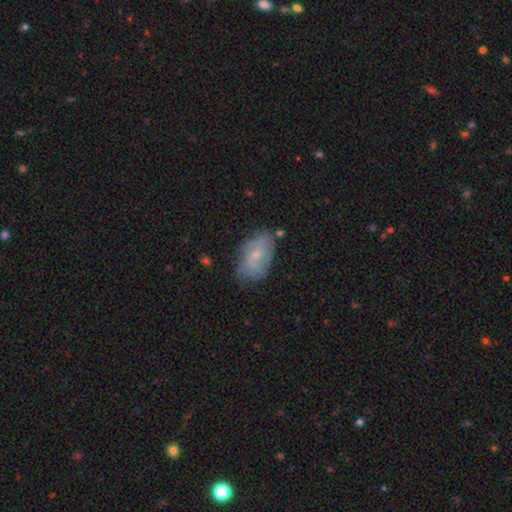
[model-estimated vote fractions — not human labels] This appears to be a featured or disk galaxy (47%). Merging: none (65%).